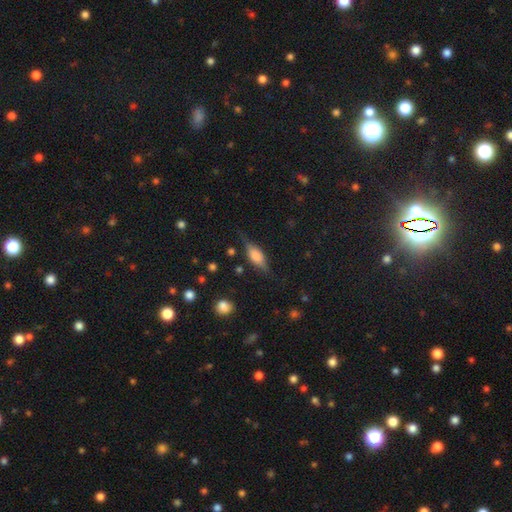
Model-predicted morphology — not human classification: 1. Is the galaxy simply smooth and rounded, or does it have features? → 48% featured or disk, 44% smooth, 8% star or artifact.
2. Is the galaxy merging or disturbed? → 72% none, 20% minor disturbance, 7% major disturbance, 2% merger.